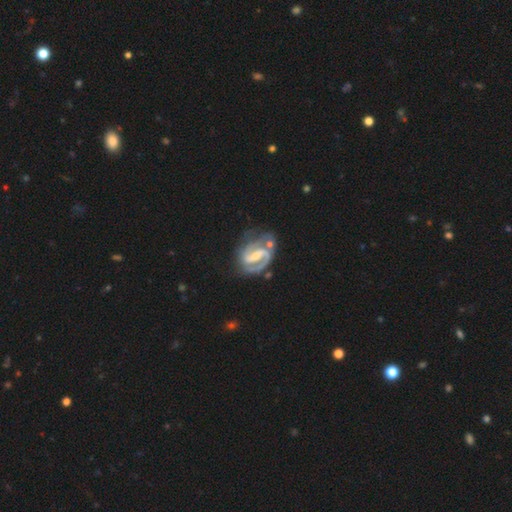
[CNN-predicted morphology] type=featured or disk (92%); edge-on=no (98%); bar=strong (46%); spiral arms=yes (98%); winding=medium (55%); arm count=2 (89%); bulge=small (51%); merging=none (58%).